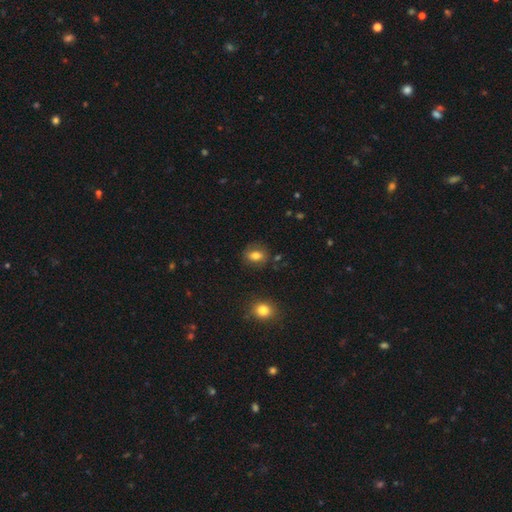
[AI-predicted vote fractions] Morphology: type=smooth (77%); roundness=in between (52%); merging=none (81%).